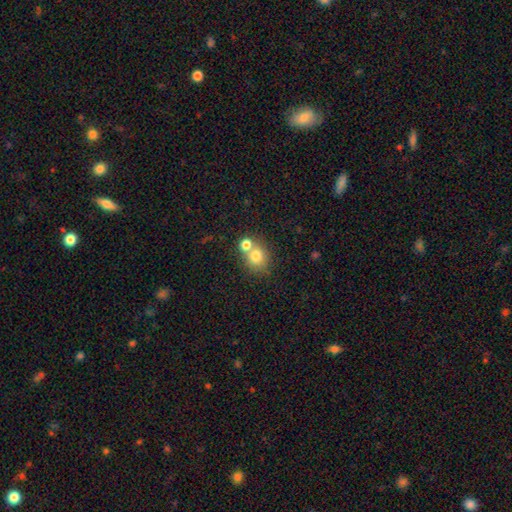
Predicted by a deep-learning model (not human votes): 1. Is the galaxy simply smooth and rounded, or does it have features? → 76% smooth, 12% featured or disk, 12% star or artifact.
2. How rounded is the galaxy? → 76% round, 23% in between, 1% cigar-shaped.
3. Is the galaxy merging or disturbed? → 46% none, 43% merger, 8% minor disturbance, 3% major disturbance.